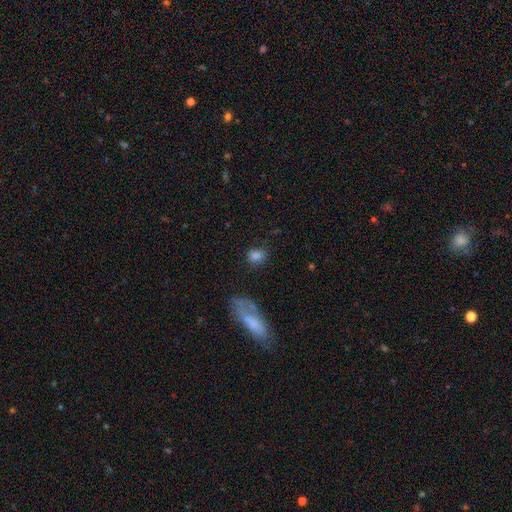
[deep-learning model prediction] Smooth or featured: smooth — 78% (star or artifact — 12%)
How rounded: round — 49% (in between — 48%)
Merging: none — 62% (minor disturbance — 20%)